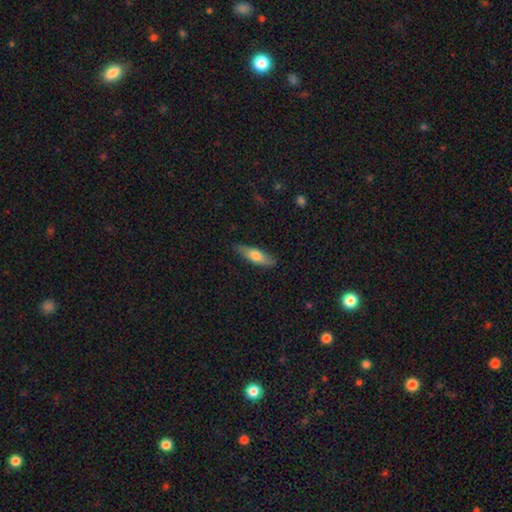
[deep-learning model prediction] Smooth or featured? smooth (63%)
How rounded? cigar-shaped (56%)
Merging? none (85%)